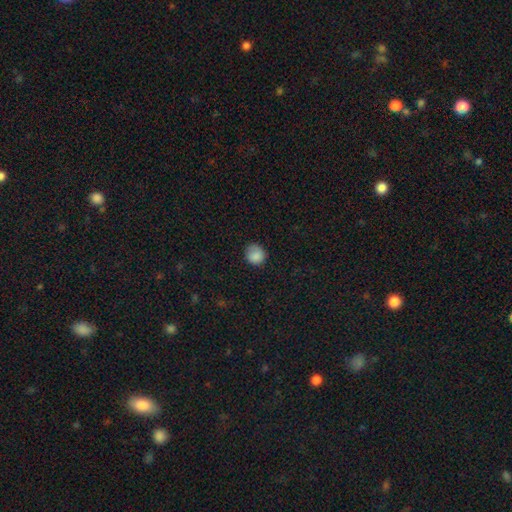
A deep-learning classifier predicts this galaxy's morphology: type=smooth (86%); roundness=round (84%); merging=none (73%).